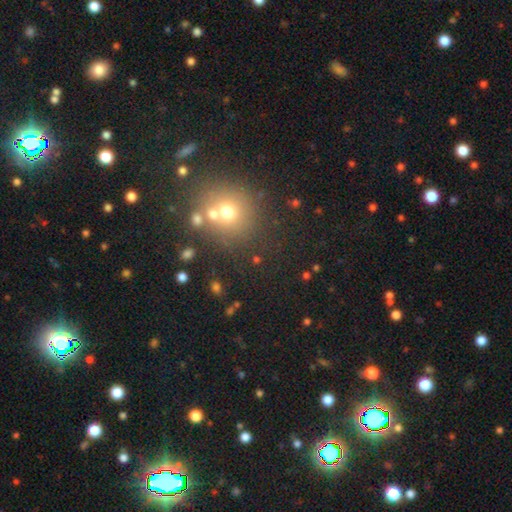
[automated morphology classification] A smooth galaxy with no disk features (55%) that is round (86%). Merging: none (69%).